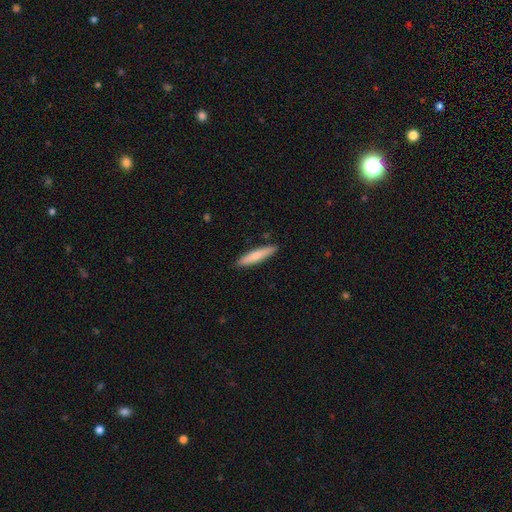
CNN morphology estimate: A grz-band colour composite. It shows a smooth galaxy with no disk features (76%) that is cigar-shaped (89%). Merging: none (89%).